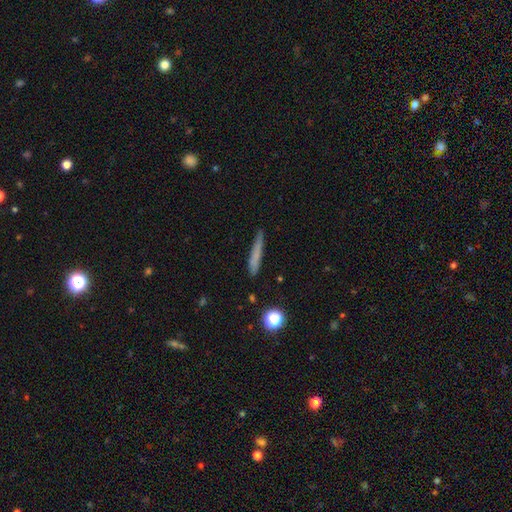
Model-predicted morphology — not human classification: Smooth or featured? smooth (68%)
How rounded? cigar-shaped (94%)
Merging? none (83%)